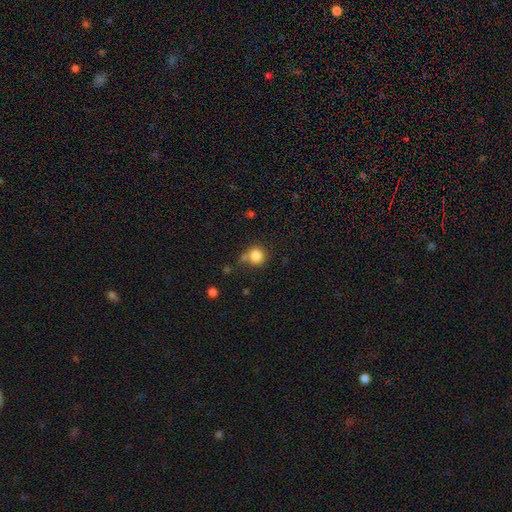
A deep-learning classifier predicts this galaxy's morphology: Q: Smooth or featured?
A: smooth (84%); runner-up: star or artifact (11%)
Q: How rounded?
A: round (90%); runner-up: in between (9%)
Q: Merging?
A: none (69%); runner-up: minor disturbance (13%)